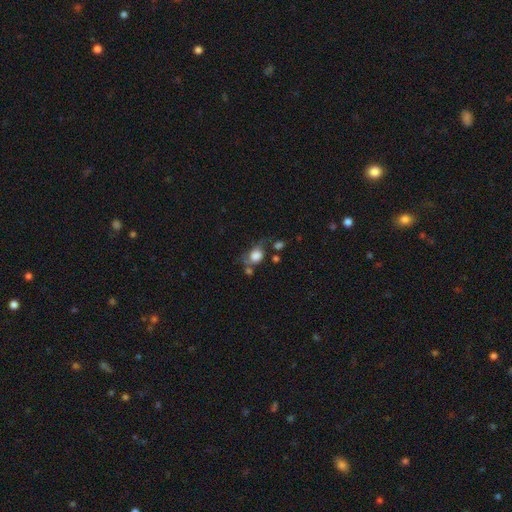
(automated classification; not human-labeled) This appears to be a smooth galaxy with no disk features (70%) that is round (50%). Merging: none (32%).